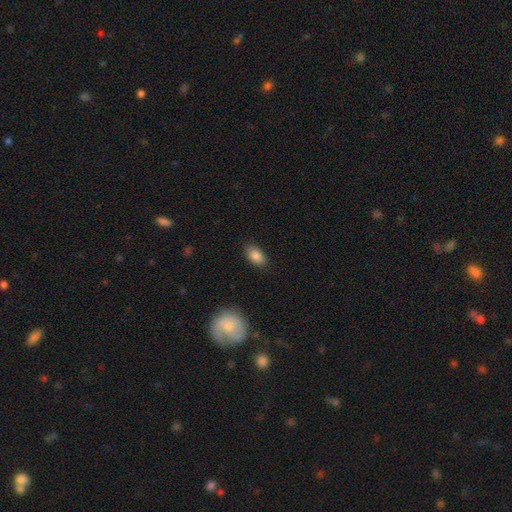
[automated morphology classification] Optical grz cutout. It shows a smooth galaxy with no disk features (85%) that is in between round and cigar-shaped (91%). Merging: none (86%).